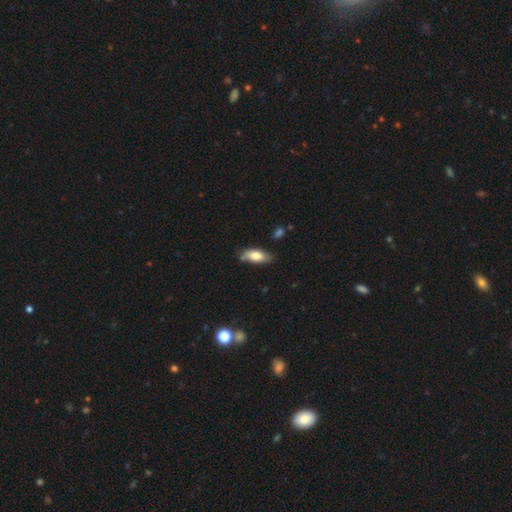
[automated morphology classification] Smooth or featured? Predicted: smooth (p=0.77). How rounded? Predicted: in between (p=0.84). Merging? Predicted: none (p=0.74).